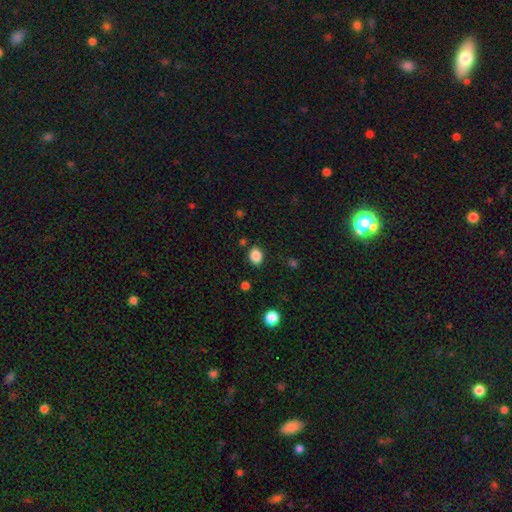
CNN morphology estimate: smooth_or_featured: smooth (p=0.86) [alt: star or artifact p=0.10]
how_rounded: in between (p=0.61) [alt: round p=0.39]
merging: none (p=0.83) [alt: minor disturbance p=0.11]